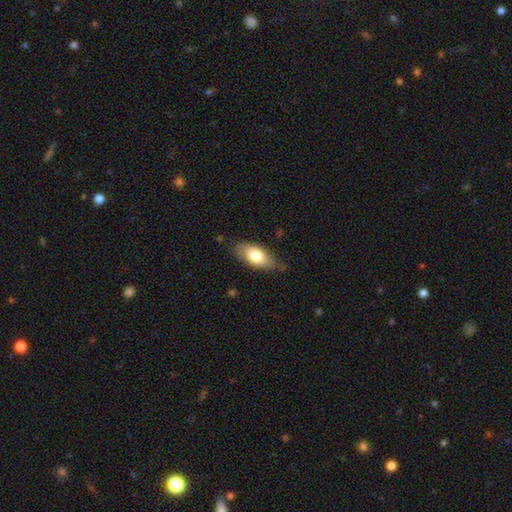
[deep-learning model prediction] This appears to be a smooth galaxy with no disk features (76%) that is in between round and cigar-shaped (87%). Merging: none (75%).